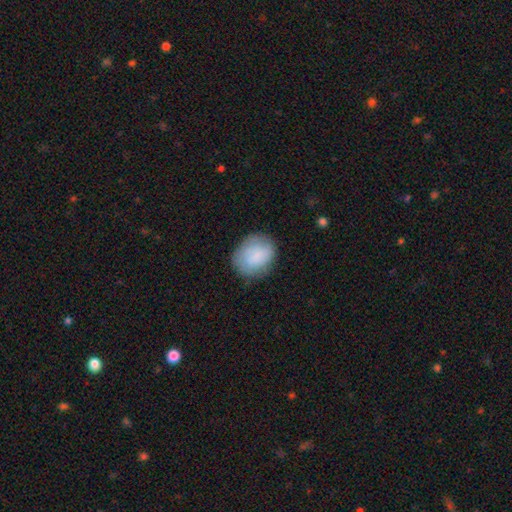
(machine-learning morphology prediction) Smooth or featured: smooth — 80% (featured or disk — 13%)
How rounded: in between — 51% (round — 48%)
Merging: none — 76% (minor disturbance — 18%)